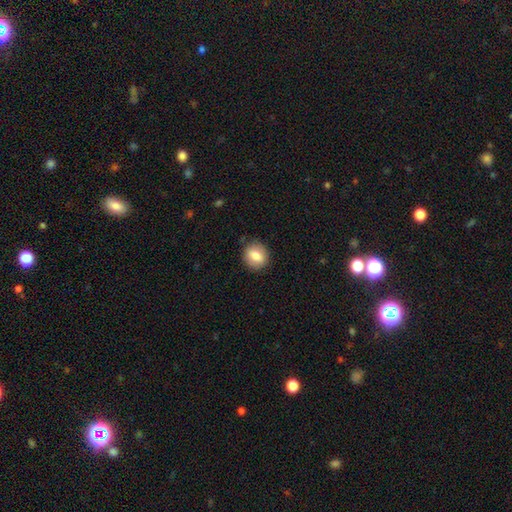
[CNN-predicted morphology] Overall: smooth (79%). How rounded: round (72%). Merging: none (87%).